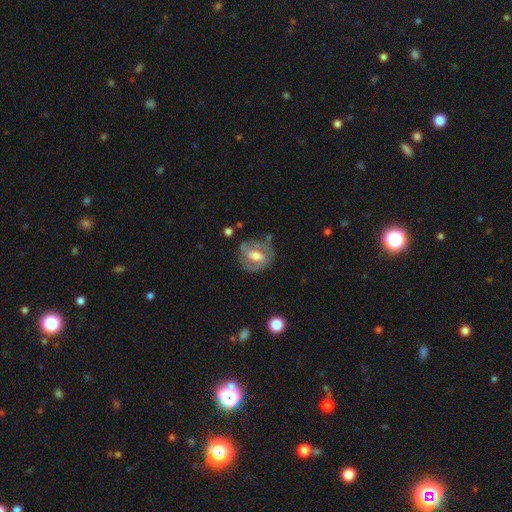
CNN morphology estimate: Q: Smooth or featured?
A: featured or disk (65%); runner-up: smooth (28%)
Q: Edge-on disk?
A: no (95%); runner-up: yes (5%)
Q: Bar?
A: weak (44%); runner-up: strong (33%)
Q: Spiral arms?
A: yes (72%); runner-up: no (28%)
Q: Bulge size?
A: moderate (61%); runner-up: small (21%)
Q: Merging?
A: none (67%); runner-up: minor disturbance (20%)